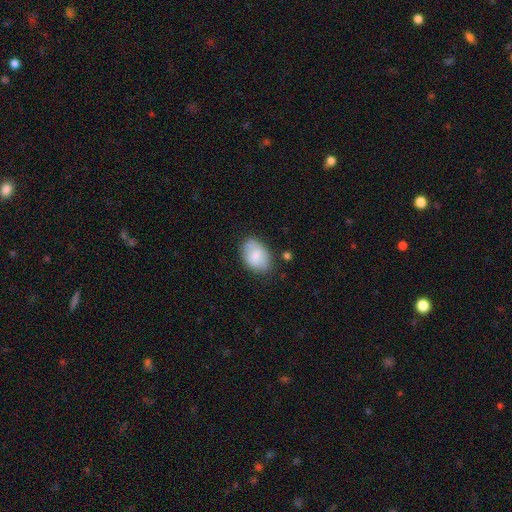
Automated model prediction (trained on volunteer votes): Smooth or featured? Predicted: smooth (p=0.80). How rounded? Predicted: in between (p=0.84). Merging? Predicted: none (p=0.72).